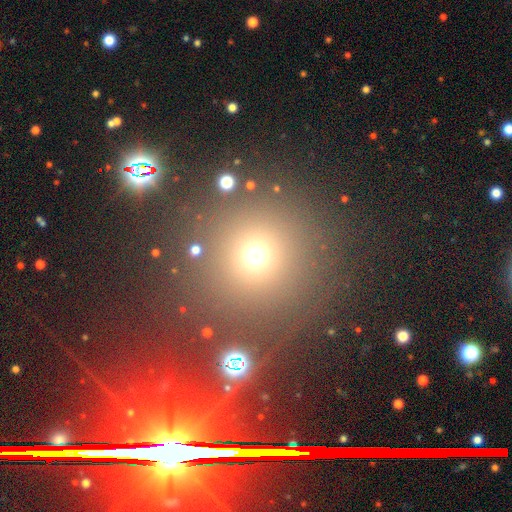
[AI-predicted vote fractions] The model was most divided on "smooth or featured": smooth: 51%, star or artifact: 41%, featured or disk: 8%. More confident: how rounded — round (95%); merging — none (85%).